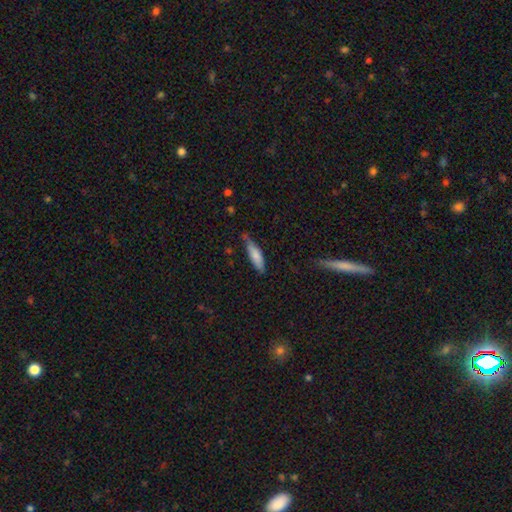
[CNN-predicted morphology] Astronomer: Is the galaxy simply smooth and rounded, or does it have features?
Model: smooth — 78%.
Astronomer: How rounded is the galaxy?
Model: cigar-shaped — 60% (runner-up: in between, 38%).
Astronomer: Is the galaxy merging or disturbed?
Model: none — 58%.